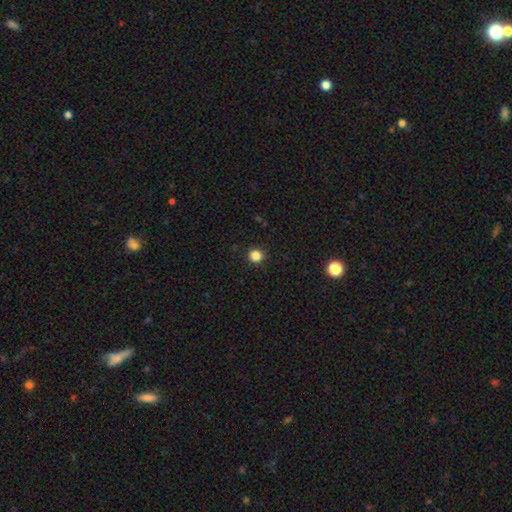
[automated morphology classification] A smooth galaxy with no disk features (84%) that is round (94%).

Vote fractions:
- Smooth or featured? smooth: 84% / star or artifact: 13% / featured or disk: 3%
- How rounded? round: 94% / in between: 5% / cigar-shaped: 1%
- Merging? none: 92% / minor disturbance: 5% / major disturbance: 2% / merger: 1%